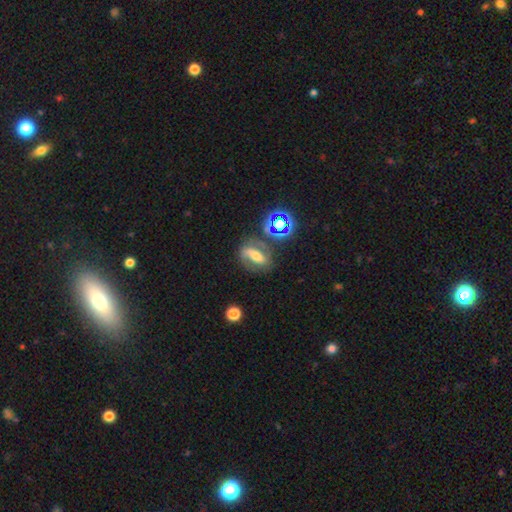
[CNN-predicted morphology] Overall: featured or disk (60%; smooth 23%). Edge-on disk: no (91%). Bar: strong (52%; weak 28%). Spiral arms: yes (82%). Bulge size: moderate (54%; small 28%). Merging: none (67%).